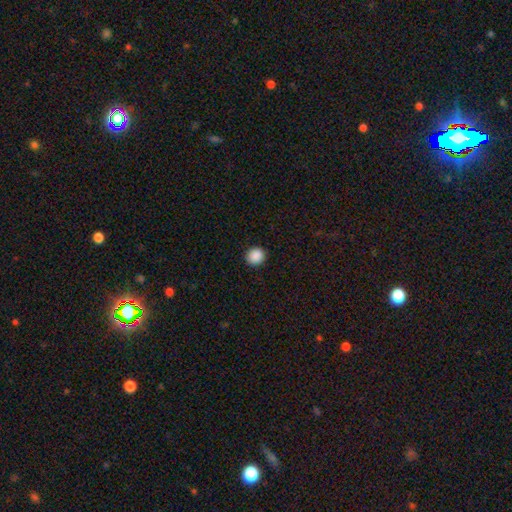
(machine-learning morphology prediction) type=smooth (89%); roundness=round (88%); merging=none (92%).